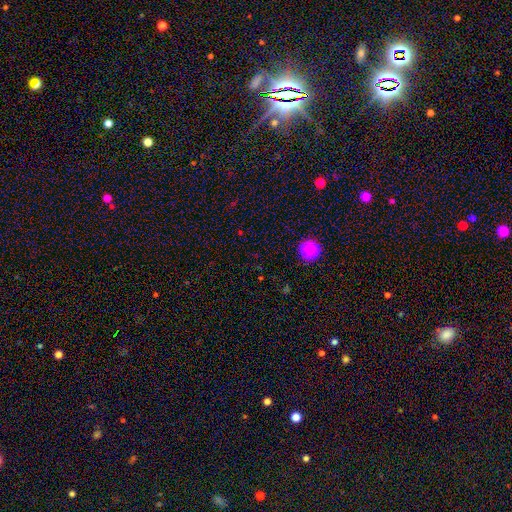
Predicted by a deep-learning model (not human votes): Q: Smooth or featured?
A: star or artifact (59%); runner-up: smooth (34%)